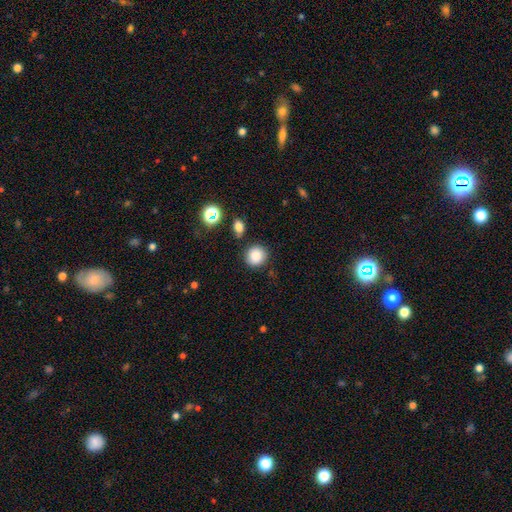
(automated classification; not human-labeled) smooth_or_featured: smooth (p=0.86) [alt: star or artifact p=0.10]
how_rounded: round (p=0.90) [alt: in between p=0.09]
merging: none (p=0.84) [alt: minor disturbance p=0.09]